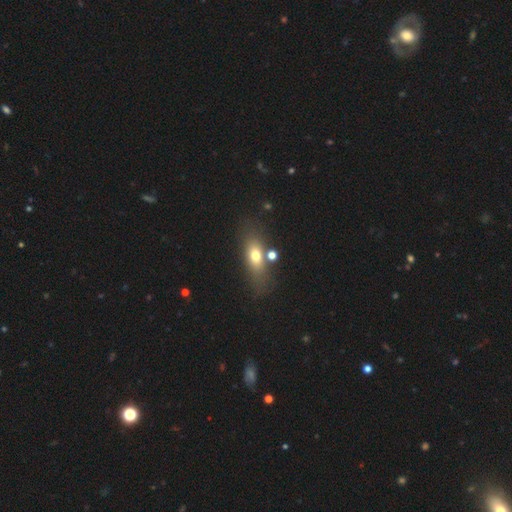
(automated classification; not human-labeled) The model was most divided on "smooth or featured": smooth: 68%, featured or disk: 21%, star or artifact: 11%. More confident: how rounded — in between (68%); merging — none (65%).